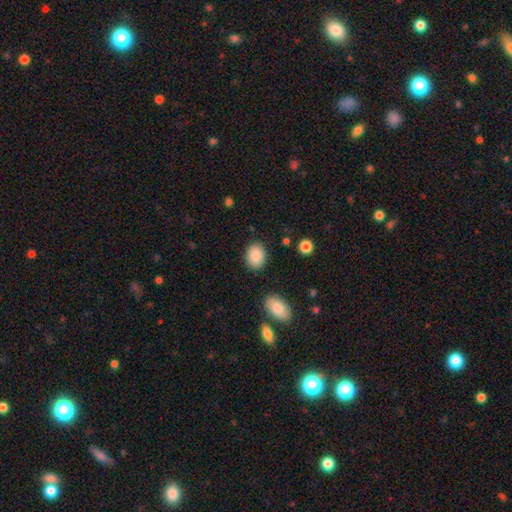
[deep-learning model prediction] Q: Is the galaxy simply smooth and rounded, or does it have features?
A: smooth — 87%.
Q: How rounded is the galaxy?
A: in between — 63%.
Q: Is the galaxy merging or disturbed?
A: none — 86%.